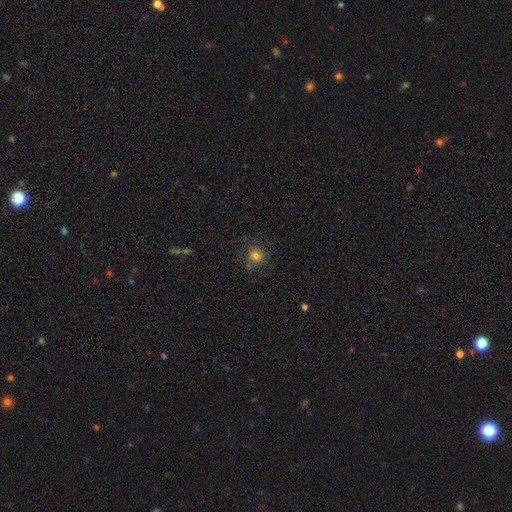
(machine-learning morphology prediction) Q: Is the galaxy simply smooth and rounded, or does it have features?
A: smooth — 77%.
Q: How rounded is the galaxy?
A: round — 86%.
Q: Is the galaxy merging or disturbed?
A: none — 74%.